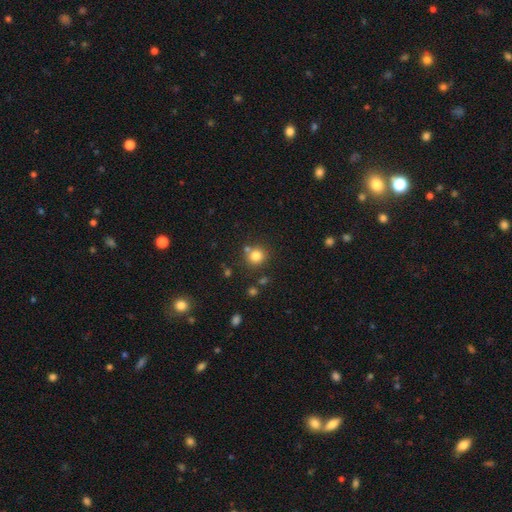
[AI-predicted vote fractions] This is clearly a smooth galaxy (80%). How rounded: clearly round (90%). Merging: likely none (74%).